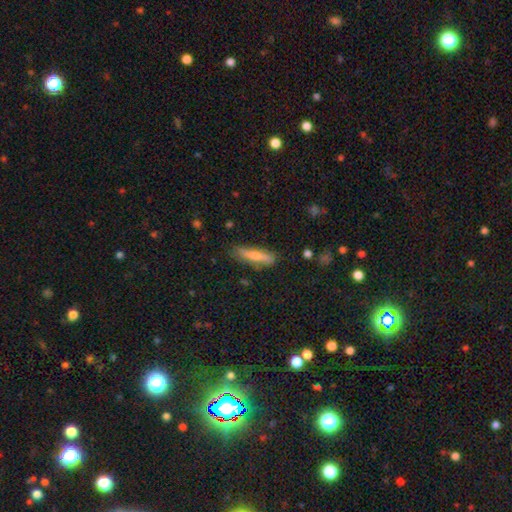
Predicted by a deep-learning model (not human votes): smooth_or_featured: smooth (p=0.69) [alt: featured or disk p=0.25]
how_rounded: cigar-shaped (p=0.83) [alt: in between p=0.15]
merging: none (p=0.81) [alt: minor disturbance p=0.14]